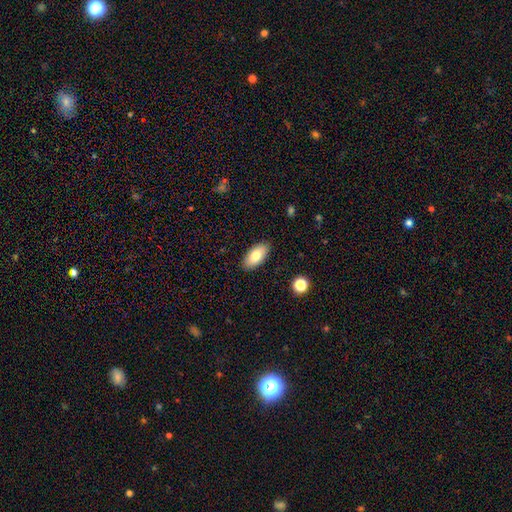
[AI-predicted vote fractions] A smooth galaxy with no disk features (81%) that is in between round and cigar-shaped (92%).

Vote fractions:
- Smooth or featured? smooth: 81% / featured or disk: 13% / star or artifact: 7%
- How rounded? in between: 92% / cigar-shaped: 5% / round: 3%
- Merging? none: 87% / minor disturbance: 10% / major disturbance: 2% / merger: 1%